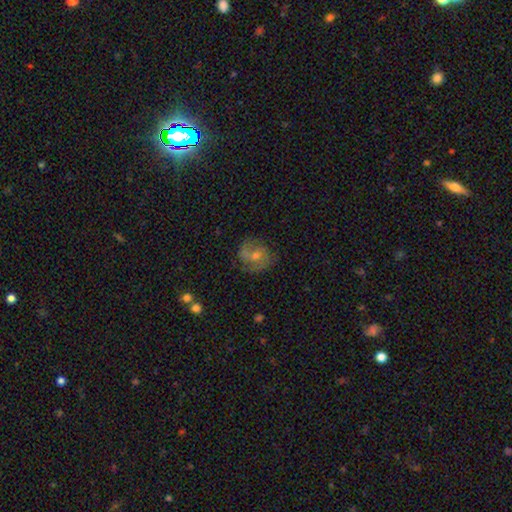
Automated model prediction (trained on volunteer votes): Smooth or featured? Predicted: featured or disk (p=0.62). Edge-on disk? Predicted: no (p=0.97). Bar? Predicted: no (p=0.52). Spiral arms? Predicted: yes (p=0.85). Spiral winding? Predicted: medium (p=0.46). Spiral arm count? Predicted: 2 (p=0.59). Bulge size? Predicted: moderate (p=0.48). Merging? Predicted: none (p=0.71).